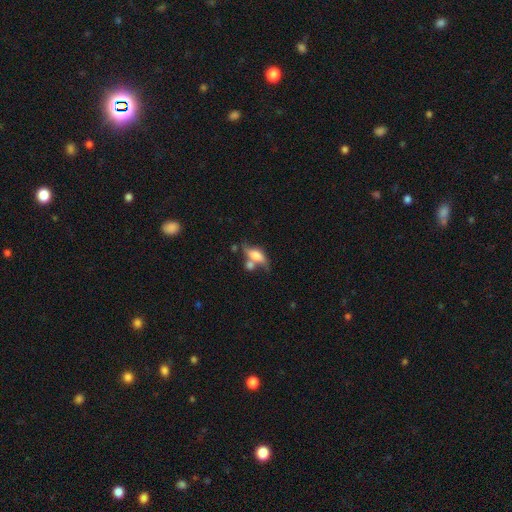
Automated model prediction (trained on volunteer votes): Smooth or featured: smooth — 51% (featured or disk — 39%)
How rounded: in between — 70% (cigar-shaped — 23%)
Merging: none — 37% (merger — 34%)